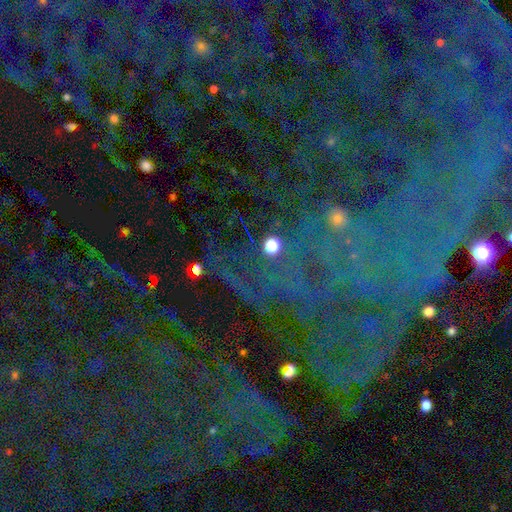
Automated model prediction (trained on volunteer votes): smooth-or-featured: star or artifact: 77% | featured or disk: 12% | smooth: 11%